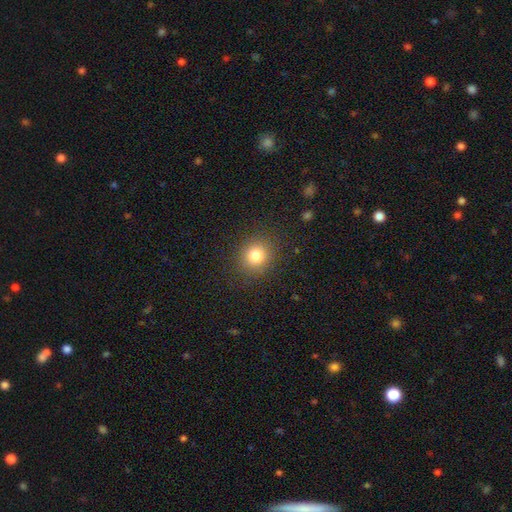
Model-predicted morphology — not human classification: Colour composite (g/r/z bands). It shows a smooth galaxy with no disk features (80%) that is round (86%). Merging: none (88%).